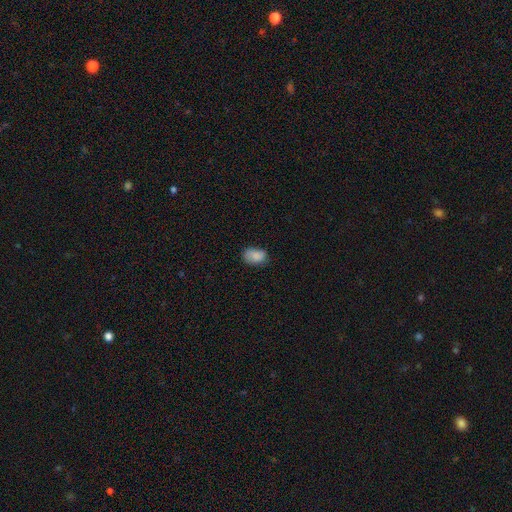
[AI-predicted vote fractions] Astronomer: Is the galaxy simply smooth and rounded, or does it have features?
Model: smooth — 85%.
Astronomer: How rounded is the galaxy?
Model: in between — 86%.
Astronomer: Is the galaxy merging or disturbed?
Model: none — 67%.